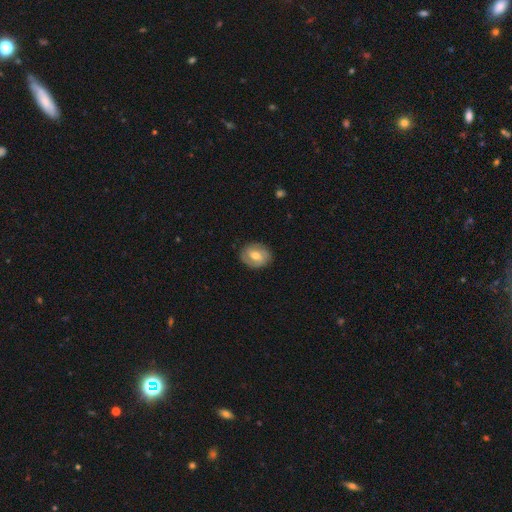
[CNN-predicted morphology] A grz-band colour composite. It shows a featured or disk galaxy (51%). Merging: none (84%).